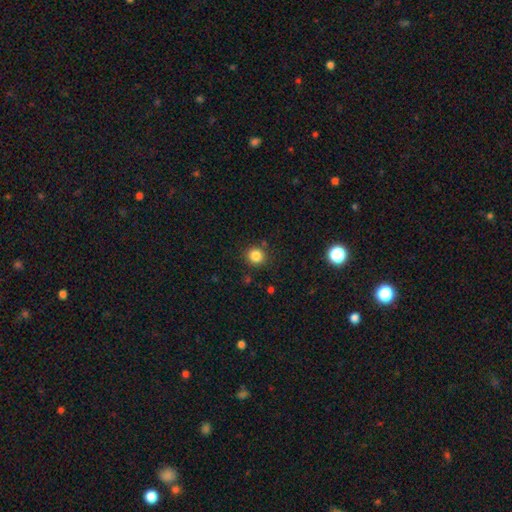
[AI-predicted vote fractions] This appears to be a smooth galaxy with no disk features (84%) that is round (90%). Merging: none (86%).